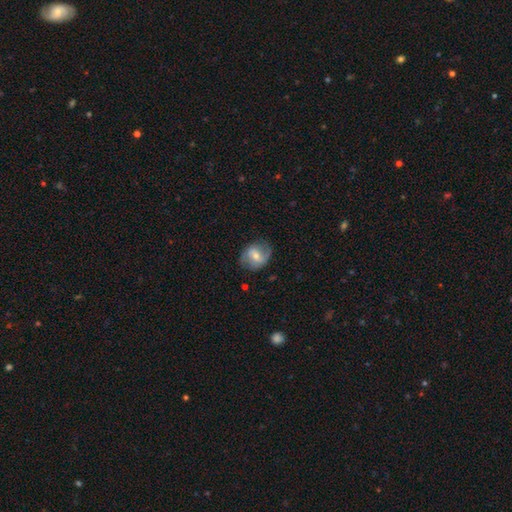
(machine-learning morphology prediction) This is likely a featured or disk galaxy (60%). It is clearly not viewed edge-on (97%). Bar: possibly weak (47%). Spiral arm pattern: clearly yes (81%). Central bulge: possibly moderate (54%). Merging: likely none (72%).